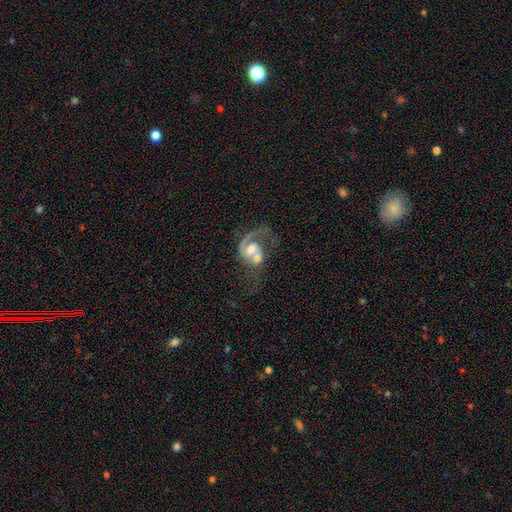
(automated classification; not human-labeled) Overall: featured or disk (77%). Edge-on disk: no (97%). Bar: no (64%; weak 28%). Spiral arms: yes (88%). Spiral arm count: 1 (60%; 2 31%). Spiral winding: loose (42%; medium 40%). Bulge size: moderate (63%). Merging: merger (56%; major disturbance 19%).